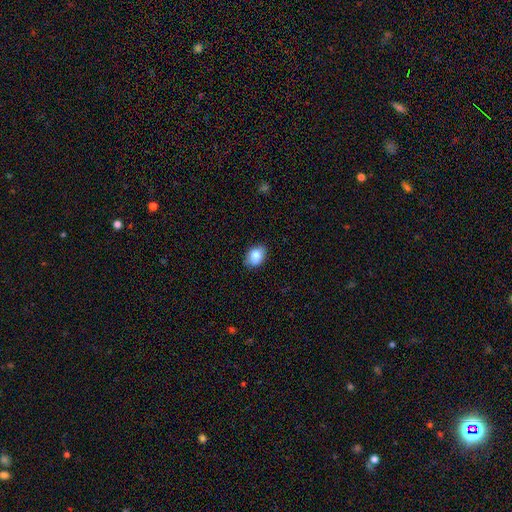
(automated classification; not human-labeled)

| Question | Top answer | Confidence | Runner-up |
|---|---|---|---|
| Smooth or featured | smooth | 84% | featured or disk (8%) |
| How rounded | in between | 75% | round (24%) |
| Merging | none | 83% | minor disturbance (14%) |